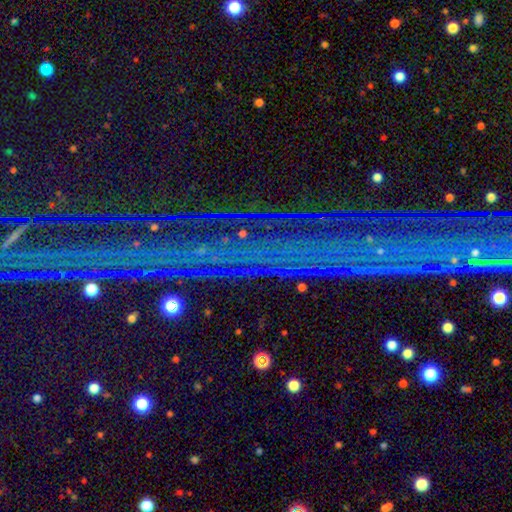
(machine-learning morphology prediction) This appears to be a star or artifact, not a galaxy (83%).